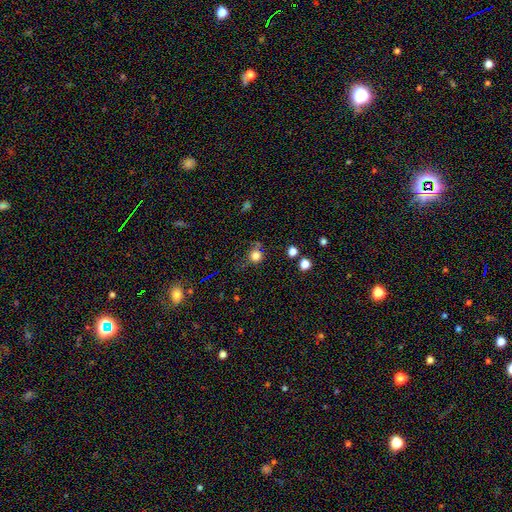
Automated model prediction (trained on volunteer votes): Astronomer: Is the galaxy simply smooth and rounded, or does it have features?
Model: smooth — 75%.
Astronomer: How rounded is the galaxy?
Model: round — 90%.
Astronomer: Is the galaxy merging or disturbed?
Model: none — 69%.